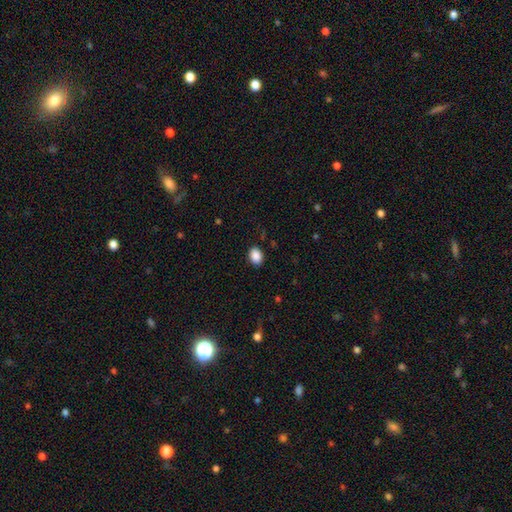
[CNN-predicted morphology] smooth_or_featured: smooth (p=0.89) [alt: star or artifact p=0.08]
how_rounded: in between (p=0.67) [alt: round p=0.32]
merging: none (p=0.88) [alt: minor disturbance p=0.09]